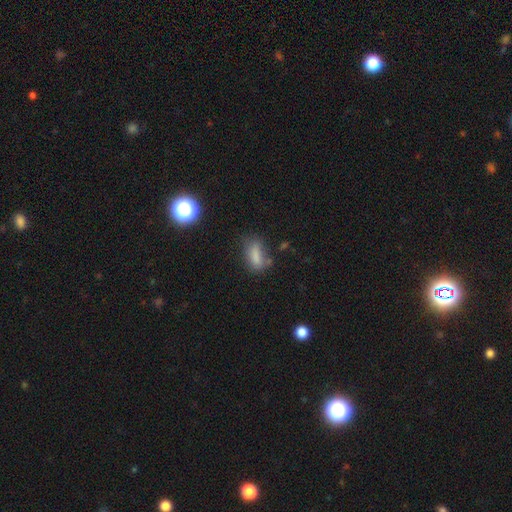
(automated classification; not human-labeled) Smooth or featured? Predicted: smooth (p=0.76). How rounded? Predicted: in between (p=0.74). Merging? Predicted: none (p=0.55).